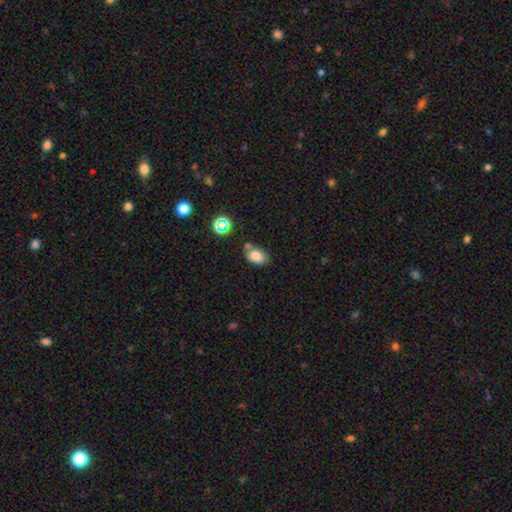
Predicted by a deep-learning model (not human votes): smooth_or_featured: smooth (p=0.79) [alt: star or artifact p=0.12]
how_rounded: in between (p=0.82) [alt: round p=0.17]
merging: none (p=0.63) [alt: minor disturbance p=0.17]